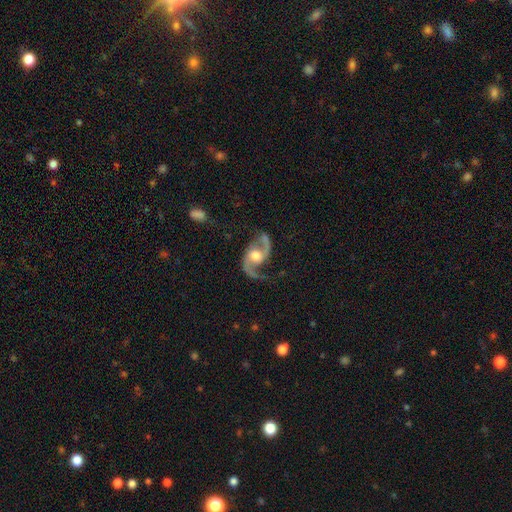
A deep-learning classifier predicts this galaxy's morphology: Smooth or featured? Predicted: featured or disk (p=0.92). Edge-on disk? Predicted: no (p=0.98). Bar? Predicted: no (p=0.54). Spiral arms? Predicted: yes (p=0.98). Spiral winding? Predicted: loose (p=0.53). Spiral arm count? Predicted: 2 (p=0.94). Bulge size? Predicted: moderate (p=0.63). Merging? Predicted: none (p=0.72).